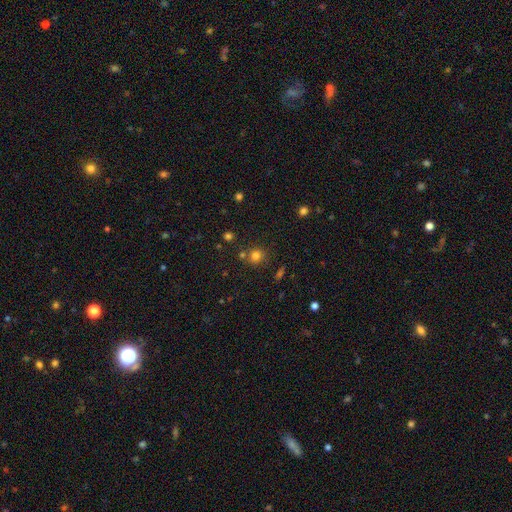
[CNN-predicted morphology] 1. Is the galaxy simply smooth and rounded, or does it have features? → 77% smooth, 17% star or artifact, 7% featured or disk.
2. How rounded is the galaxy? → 86% round, 13% in between, 1% cigar-shaped.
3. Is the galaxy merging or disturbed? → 75% none, 13% merger, 10% minor disturbance, 3% major disturbance.